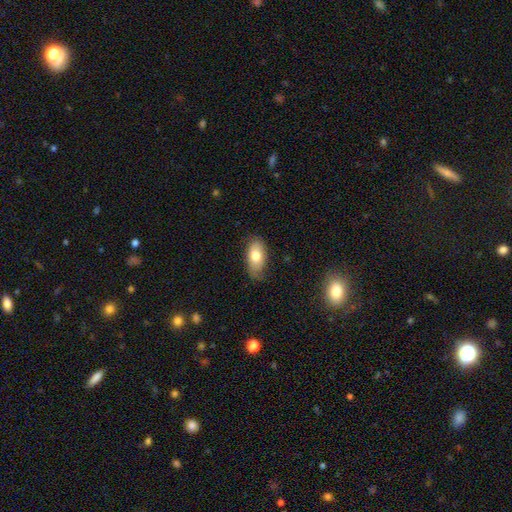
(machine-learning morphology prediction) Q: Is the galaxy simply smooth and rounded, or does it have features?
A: smooth — 74%.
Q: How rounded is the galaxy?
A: in between — 91%.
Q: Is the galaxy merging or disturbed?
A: none — 68%.